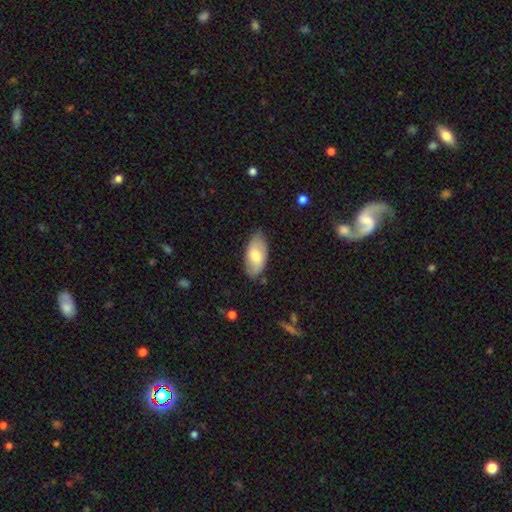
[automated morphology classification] smooth 68%, featured or disk 26%, star or artifact 6%. Down the decision tree: how rounded — in between (94%); merging — none (80%).